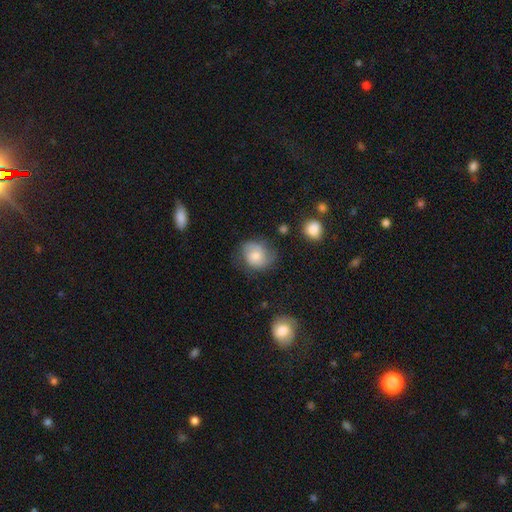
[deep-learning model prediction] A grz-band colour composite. It shows a smooth galaxy with no disk features (62%) that is round (67%). Merging: none (56%).